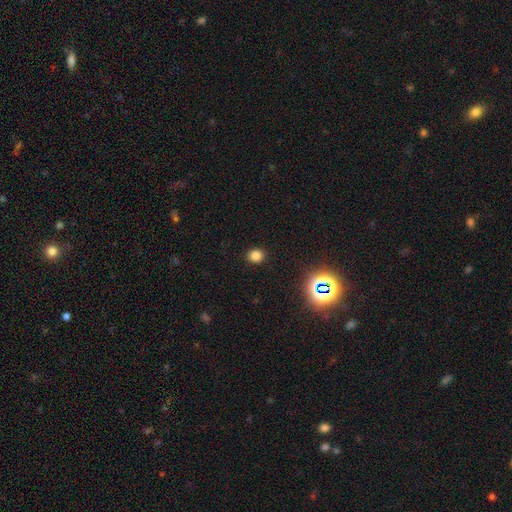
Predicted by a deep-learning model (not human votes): A smooth galaxy with no disk features (78%) that is round (79%).

Vote fractions:
- Smooth or featured? smooth: 78% / star or artifact: 17% / featured or disk: 5%
- How rounded? round: 79% / in between: 20% / cigar-shaped: 1%
- Merging? none: 91% / minor disturbance: 6% / major disturbance: 2% / merger: 1%